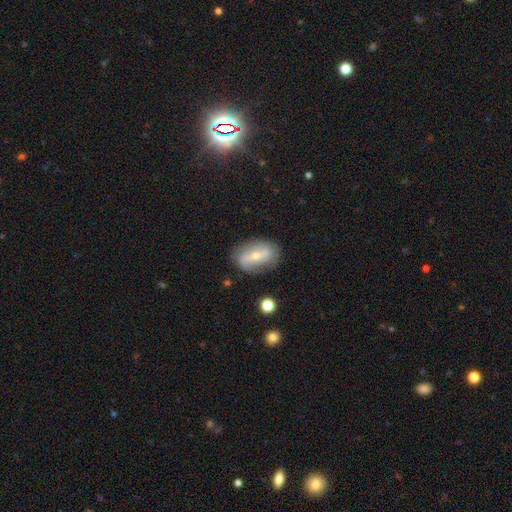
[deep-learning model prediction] This is likely a featured or disk galaxy (65%). It is clearly not viewed edge-on (92%). Bar: marginally strong (35%). Spiral arm pattern: likely yes (73%). Central bulge: possibly small (52%). Merging: likely none (74%).